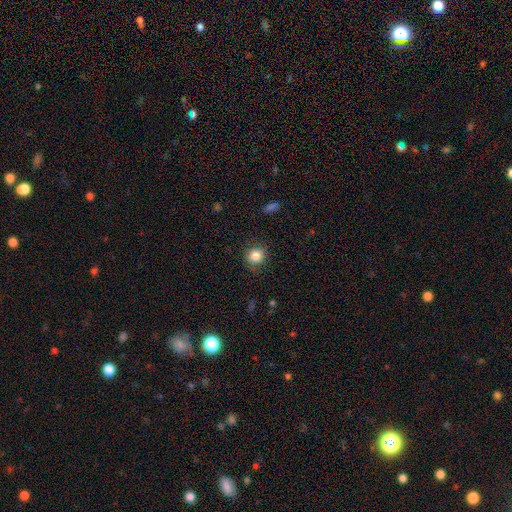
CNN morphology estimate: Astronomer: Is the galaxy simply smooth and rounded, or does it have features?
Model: smooth — 85%.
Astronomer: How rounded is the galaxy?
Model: round — 85%.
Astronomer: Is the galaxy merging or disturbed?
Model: none — 84%.